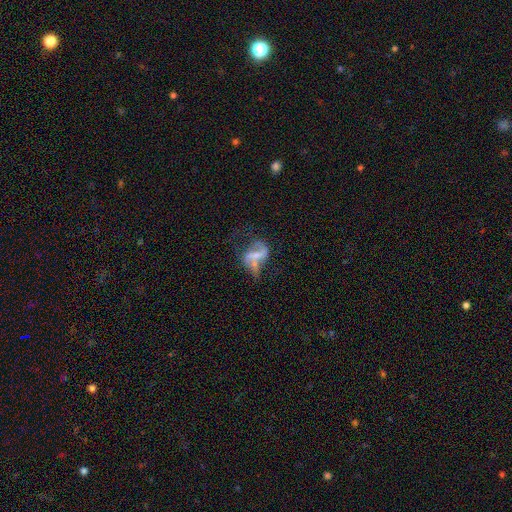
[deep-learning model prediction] Smooth or featured? featured or disk (68%)
Edge-on disk? no (96%)
Bar? weak (36%)
Spiral arms? yes (65%)
Bulge size? small (42%)
Merging? major disturbance (31%)